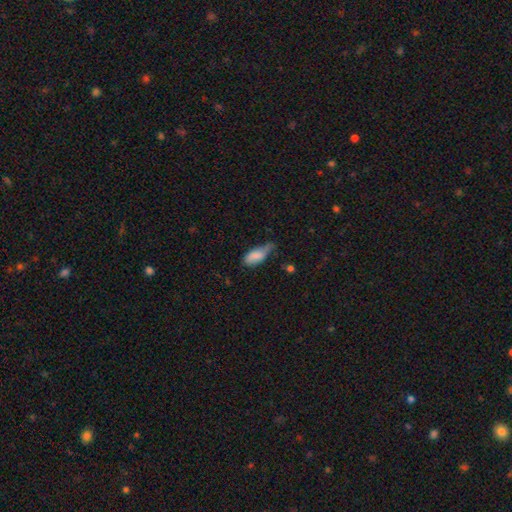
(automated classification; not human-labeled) Smooth or featured? Predicted: smooth (p=0.78). How rounded? Predicted: in between (p=0.86). Merging? Predicted: minor disturbance (p=0.49).